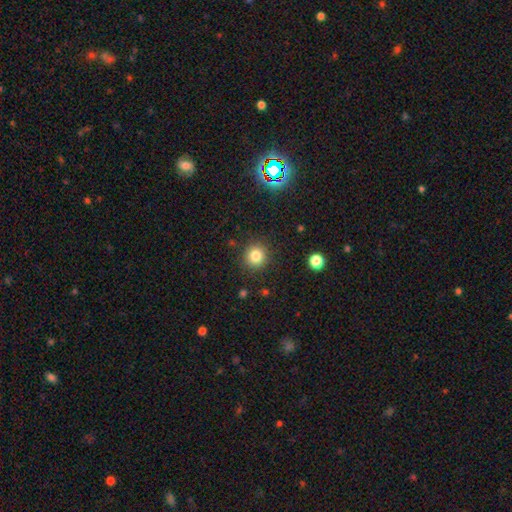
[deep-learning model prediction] Smooth or featured?
  - smooth: 82% *
  - star or artifact: 13%
  - featured or disk: 6%
How rounded?
  - round: 91% *
  - in between: 8%
  - cigar-shaped: 1%
Merging?
  - none: 89% *
  - minor disturbance: 7%
  - major disturbance: 3%
  - merger: 1%